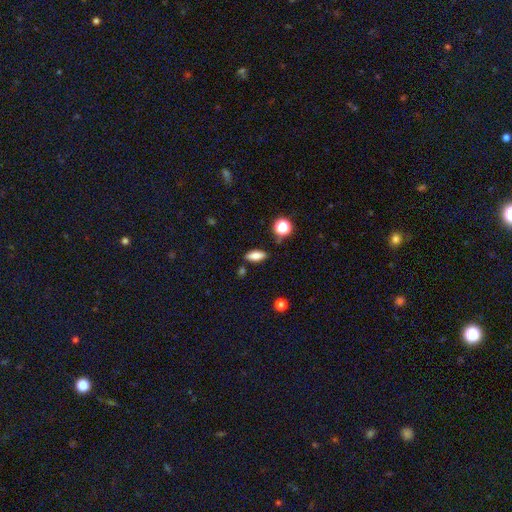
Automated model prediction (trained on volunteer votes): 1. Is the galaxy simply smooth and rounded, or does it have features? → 80% smooth, 10% featured or disk, 9% star or artifact.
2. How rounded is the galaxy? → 76% in between, 20% cigar-shaped, 4% round.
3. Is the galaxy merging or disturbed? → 82% none, 12% minor disturbance, 3% merger, 3% major disturbance.